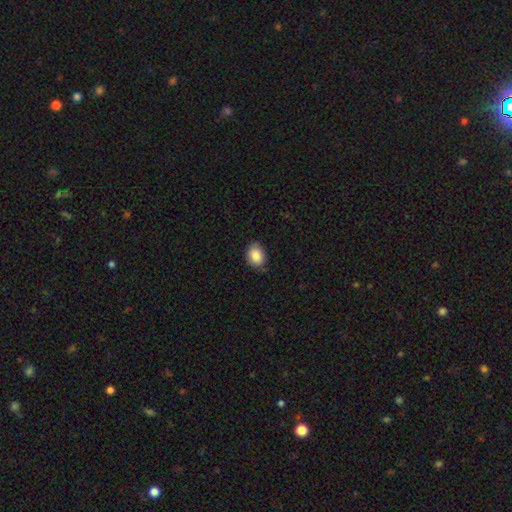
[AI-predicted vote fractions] Overall: smooth (88%). How rounded: in between (70%). Merging: none (75%).